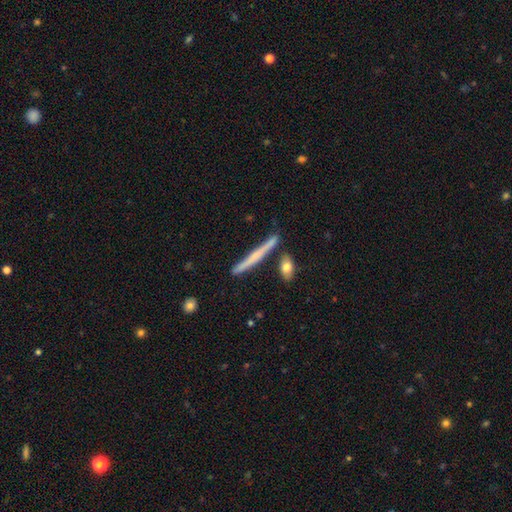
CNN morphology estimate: Overall: smooth (51%; featured or disk 42%). How rounded: cigar-shaped (95%). Merging: none (82%).